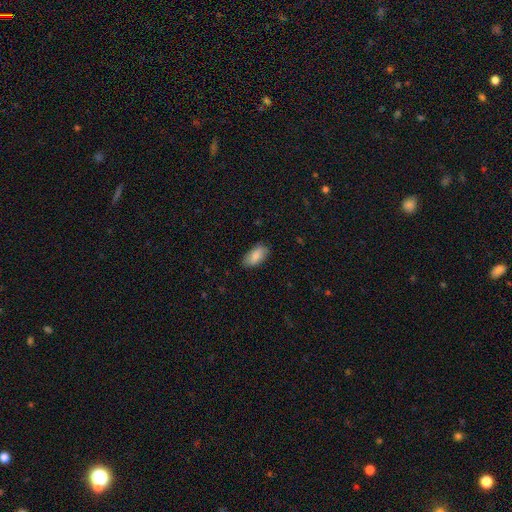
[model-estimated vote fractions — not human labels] Smooth or featured? smooth (86%)
How rounded? in between (93%)
Merging? none (82%)